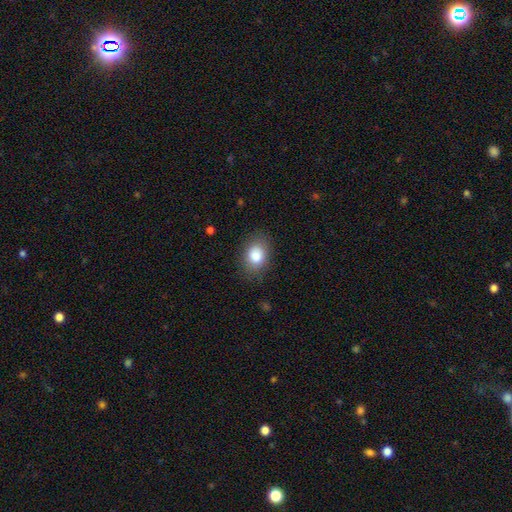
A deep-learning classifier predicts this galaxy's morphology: This is clearly a smooth galaxy (83%). How rounded: likely in between (68%). Merging: clearly none (81%).